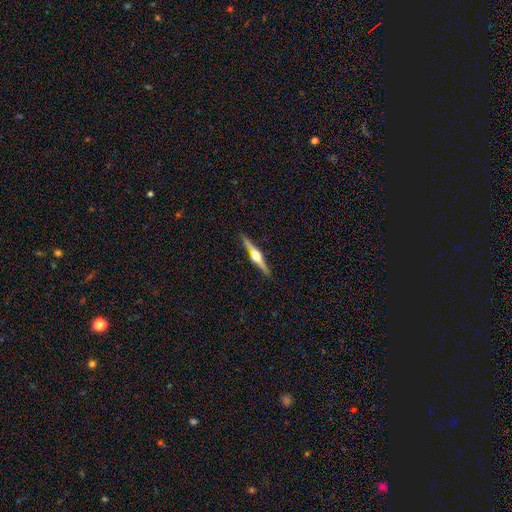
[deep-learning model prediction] Q: Smooth or featured?
A: featured or disk (82%); runner-up: smooth (13%)
Q: Edge-on disk?
A: yes (98%); runner-up: no (2%)
Q: Edge-on bulge?
A: rounded (96%); runner-up: boxy (3%)
Q: Merging?
A: none (91%); runner-up: minor disturbance (6%)